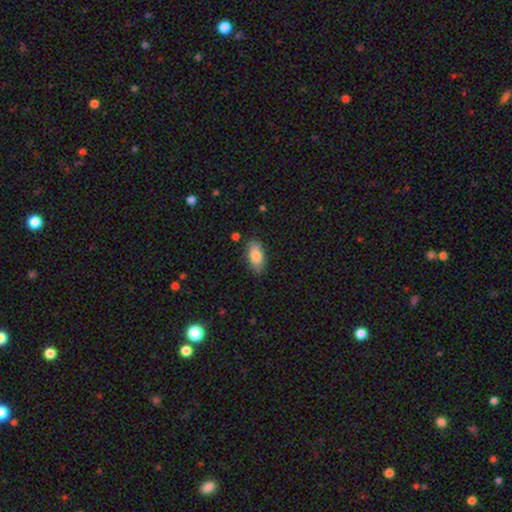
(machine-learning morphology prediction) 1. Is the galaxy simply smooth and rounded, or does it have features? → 83% smooth, 11% featured or disk, 7% star or artifact.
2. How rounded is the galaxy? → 88% in between, 9% cigar-shaped, 3% round.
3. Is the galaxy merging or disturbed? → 82% none, 13% minor disturbance, 3% major disturbance, 2% merger.